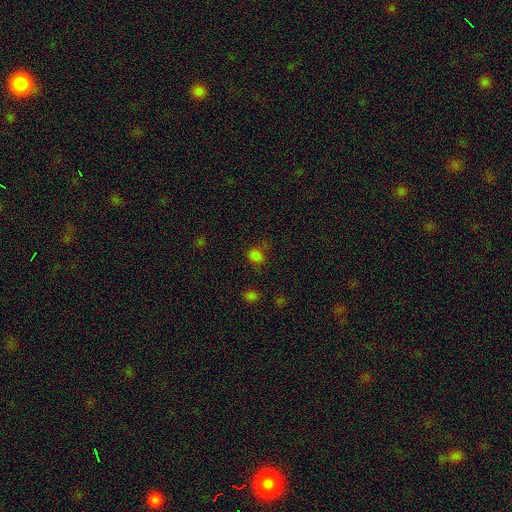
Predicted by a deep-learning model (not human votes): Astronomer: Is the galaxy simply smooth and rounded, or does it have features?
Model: smooth — 74%.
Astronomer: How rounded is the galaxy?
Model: round — 68%.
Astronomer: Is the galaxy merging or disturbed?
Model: none — 67%.